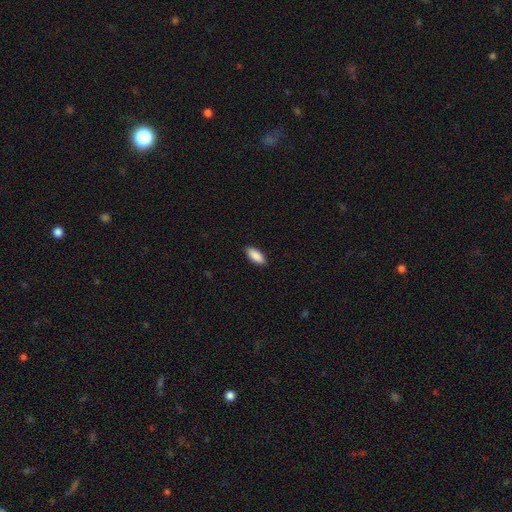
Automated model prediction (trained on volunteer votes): smooth_or_featured: smooth (p=0.90) [alt: star or artifact p=0.06]
how_rounded: in between (p=0.83) [alt: cigar-shaped p=0.15]
merging: none (p=0.89) [alt: minor disturbance p=0.08]